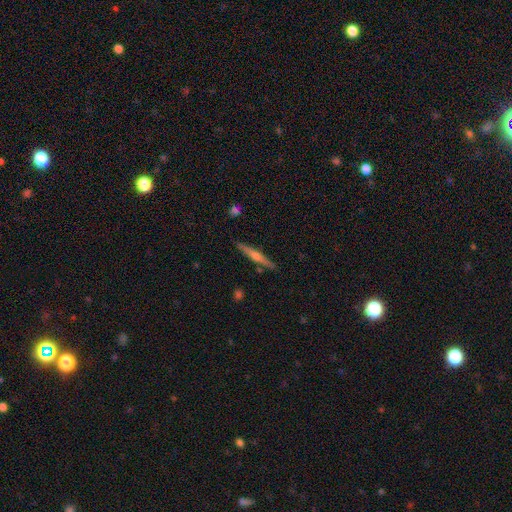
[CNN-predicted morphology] Smooth or featured: featured or disk — 68% (smooth — 26%)
Edge-on disk: yes — 98% (no — 2%)
Edge-on bulge: rounded — 79% (none — 14%)
Merging: none — 90% (minor disturbance — 7%)